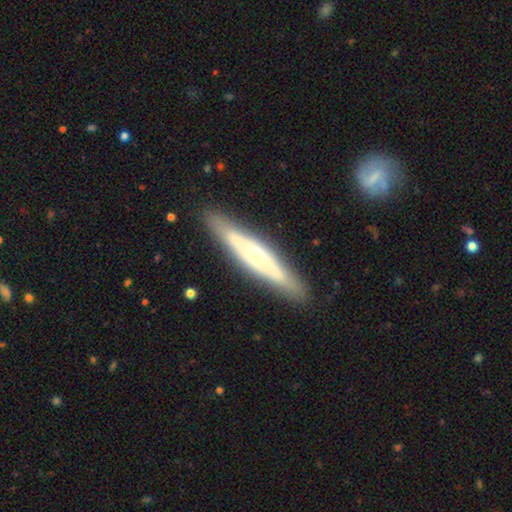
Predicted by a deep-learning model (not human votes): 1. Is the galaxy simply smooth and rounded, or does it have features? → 69% featured or disk, 25% smooth, 5% star or artifact.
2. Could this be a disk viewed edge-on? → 71% yes, 29% no.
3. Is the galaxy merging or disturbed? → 86% none, 10% minor disturbance, 3% major disturbance, 1% merger.